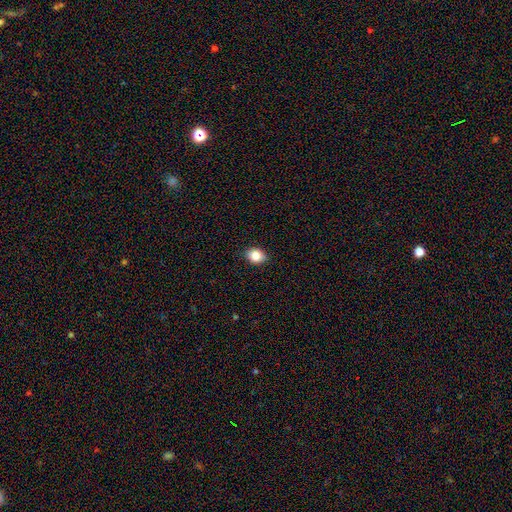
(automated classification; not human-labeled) Smooth or featured?
  - smooth: 85% *
  - star or artifact: 9%
  - featured or disk: 6%
How rounded?
  - in between: 62% *
  - round: 37%
  - cigar-shaped: 1%
Merging?
  - none: 88% *
  - minor disturbance: 9%
  - major disturbance: 2%
  - merger: 1%